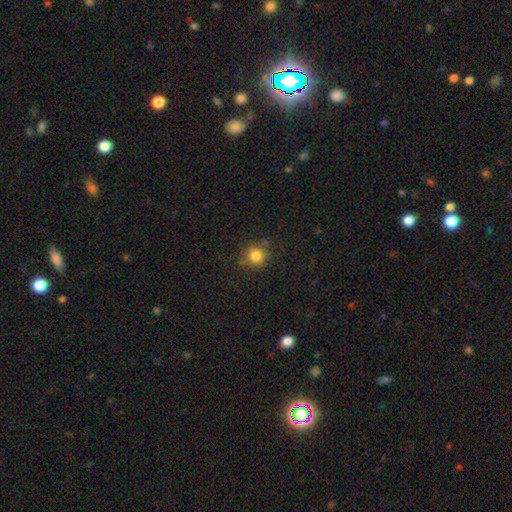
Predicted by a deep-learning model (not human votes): Morphology: type=smooth (82%); roundness=round (92%); merging=none (83%).